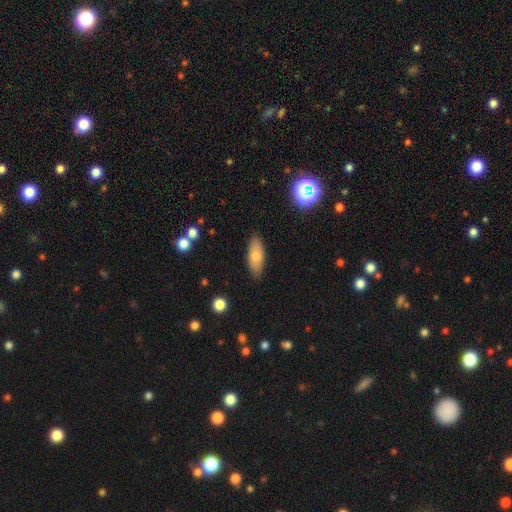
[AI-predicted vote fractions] Overall: smooth (72%). How rounded: in between (72%). Merging: none (86%).